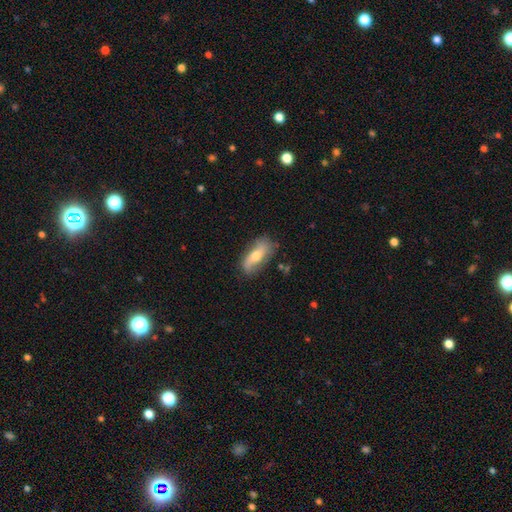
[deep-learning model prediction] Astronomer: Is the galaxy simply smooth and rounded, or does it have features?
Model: featured or disk — 49% (runner-up: smooth, 44%).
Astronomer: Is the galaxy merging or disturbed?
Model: none — 72%.